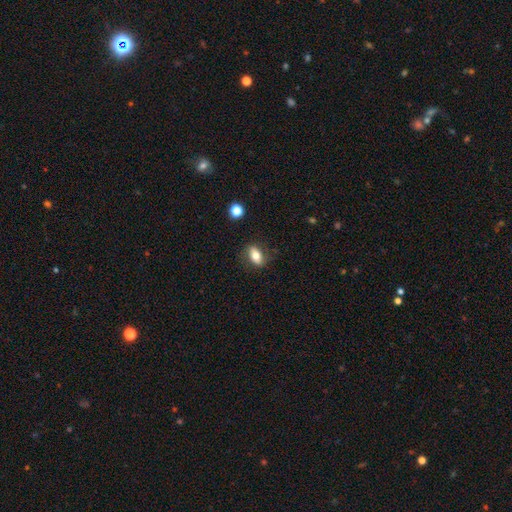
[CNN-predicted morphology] smooth_or_featured: smooth (p=0.69) [alt: featured or disk p=0.23]
how_rounded: in between (p=0.80) [alt: round p=0.10]
merging: none (p=0.80) [alt: minor disturbance p=0.14]